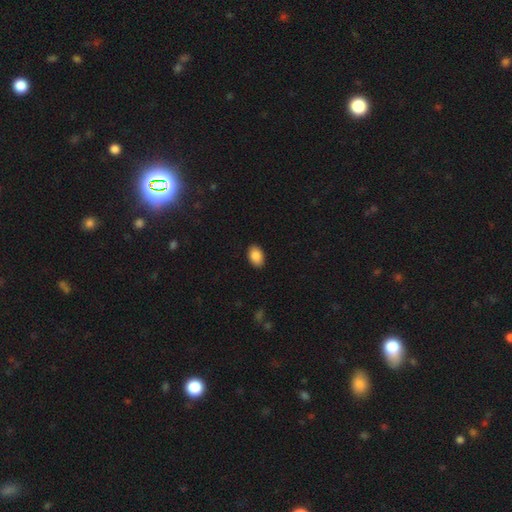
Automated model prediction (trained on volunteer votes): The model was most divided on "smooth or featured": smooth: 88%, star or artifact: 7%, featured or disk: 4%. More confident: how rounded — in between (90%); merging — none (90%).